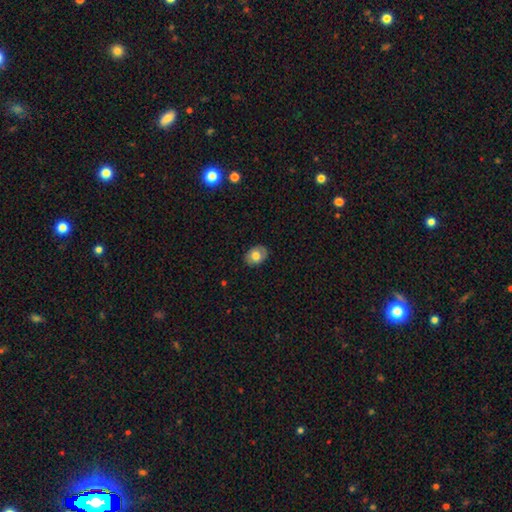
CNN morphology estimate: Overall: smooth (73%). How rounded: in between (66%; round 33%). Merging: none (85%).